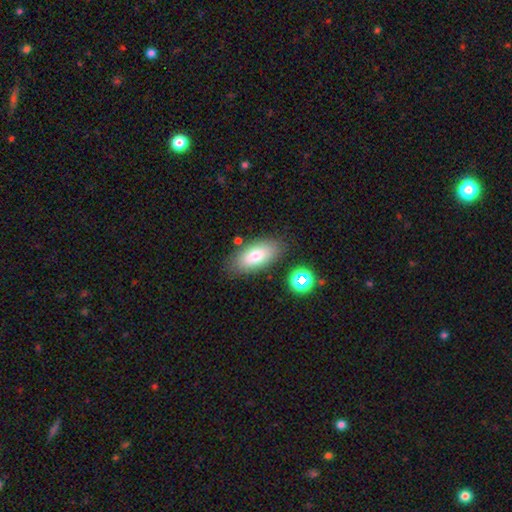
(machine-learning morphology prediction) A smooth galaxy with no disk features (77%) that is in between round and cigar-shaped (89%).

Vote fractions:
- Smooth or featured? smooth: 77% / featured or disk: 15% / star or artifact: 8%
- How rounded? in between: 89% / cigar-shaped: 8% / round: 3%
- Merging? none: 80% / minor disturbance: 12% / merger: 4% / major disturbance: 3%